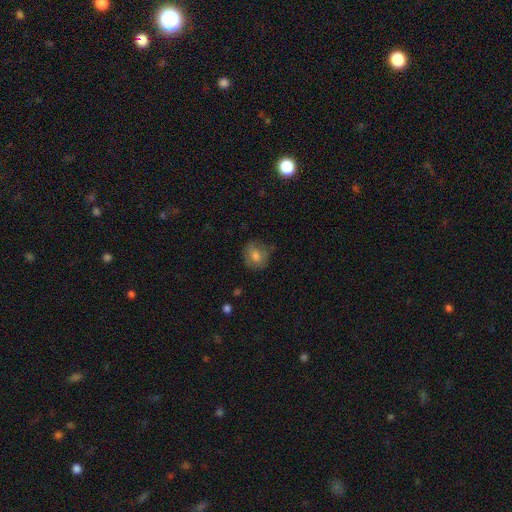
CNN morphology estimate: A smooth galaxy with no disk features (72%) that is round (74%).

Vote fractions:
- Smooth or featured? smooth: 72% / featured or disk: 19% / star or artifact: 10%
- How rounded? round: 74% / in between: 25% / cigar-shaped: 1%
- Merging? none: 69% / minor disturbance: 22% / major disturbance: 7% / merger: 2%